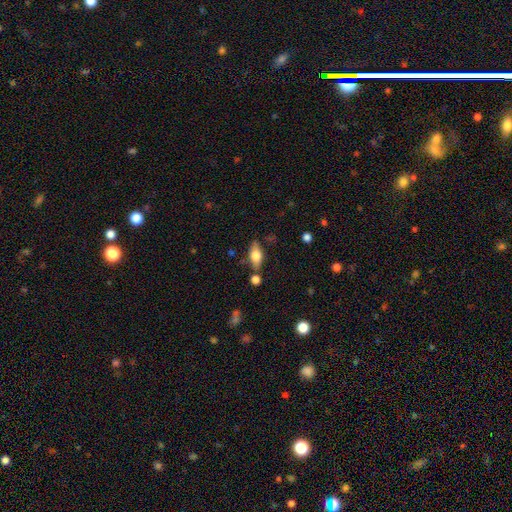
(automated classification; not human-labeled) Smooth or featured? Predicted: smooth (p=0.60). How rounded? Predicted: in between (p=0.78). Merging? Predicted: none (p=0.74).